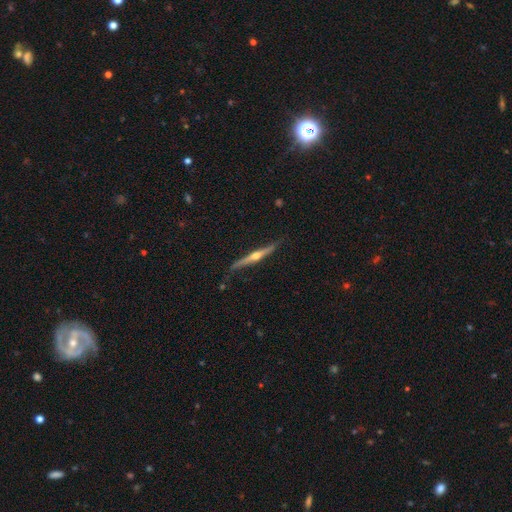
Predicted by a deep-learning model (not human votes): Smooth or featured?
  - featured or disk: 77% *
  - smooth: 18%
  - star or artifact: 5%
Edge-on disk?
  - yes: 97% *
  - no: 3%
Edge-on bulge?
  - rounded: 92% *
  - none: 6%
  - boxy: 3%
Merging?
  - none: 79% *
  - minor disturbance: 16%
  - major disturbance: 3%
  - merger: 2%